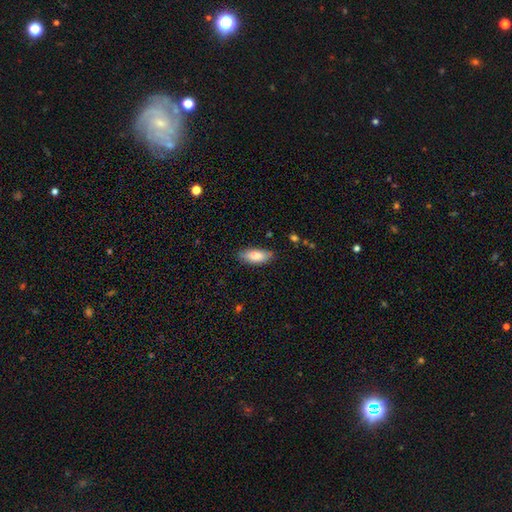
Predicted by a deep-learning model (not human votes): Smooth or featured? Predicted: smooth (p=0.82). How rounded? Predicted: in between (p=0.82). Merging? Predicted: none (p=0.85).